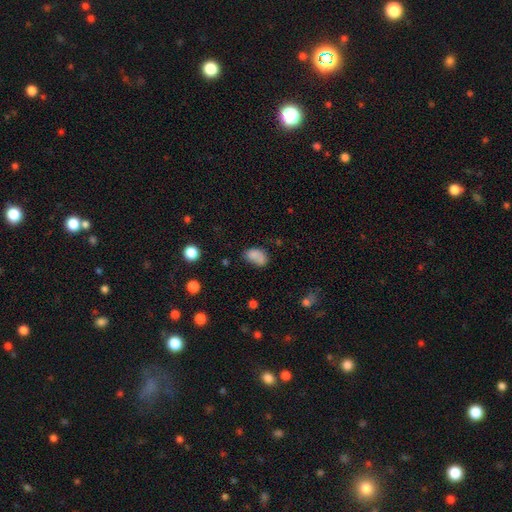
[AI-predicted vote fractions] This is likely a smooth galaxy (79%). How rounded: clearly in between (86%). Merging: marginally none (45%).